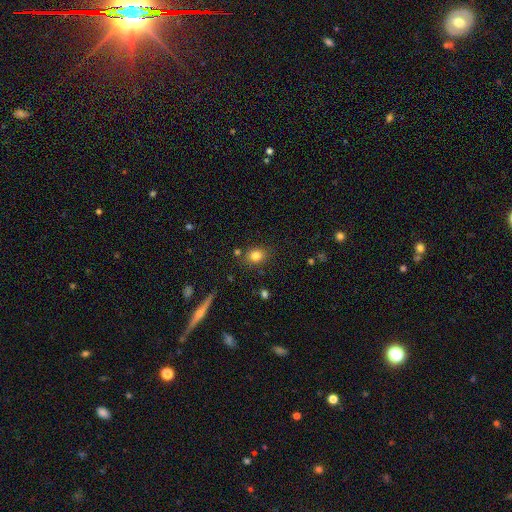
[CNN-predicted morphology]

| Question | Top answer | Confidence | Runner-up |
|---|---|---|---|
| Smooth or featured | smooth | 80% | star or artifact (12%) |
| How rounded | round | 58% | in between (41%) |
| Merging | none | 81% | minor disturbance (11%) |